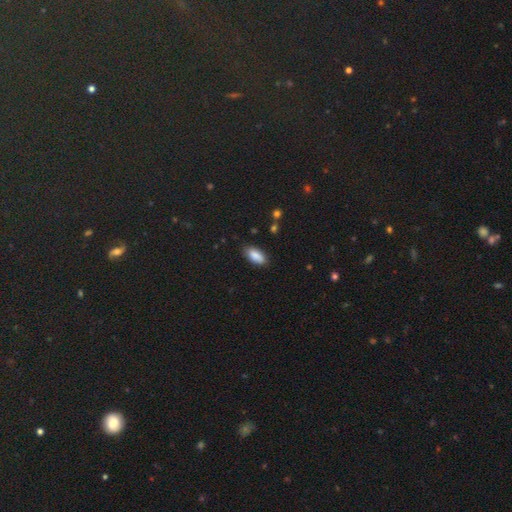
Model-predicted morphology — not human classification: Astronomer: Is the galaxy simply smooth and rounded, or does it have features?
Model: smooth — 87%.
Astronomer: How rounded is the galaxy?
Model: in between — 88%.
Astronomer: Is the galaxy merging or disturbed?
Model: none — 84%.